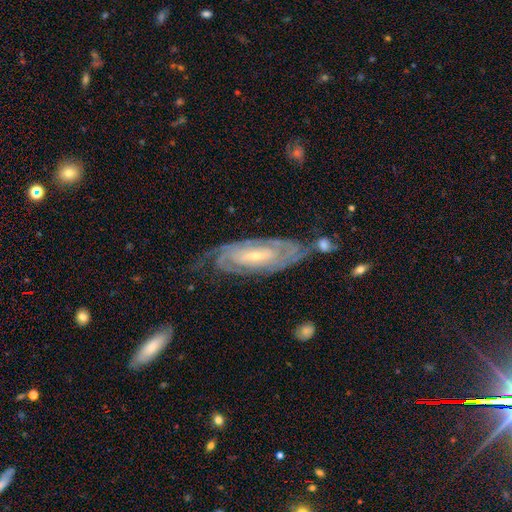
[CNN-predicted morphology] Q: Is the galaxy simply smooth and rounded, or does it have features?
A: featured or disk — 86%.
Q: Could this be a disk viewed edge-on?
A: no — 90%.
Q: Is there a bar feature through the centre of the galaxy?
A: weak — 41%.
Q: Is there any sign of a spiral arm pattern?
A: yes — 96%.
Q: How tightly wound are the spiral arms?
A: tight — 74%.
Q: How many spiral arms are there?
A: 2 — 38%.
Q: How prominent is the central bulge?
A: small — 68%.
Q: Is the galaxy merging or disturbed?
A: none — 67%.